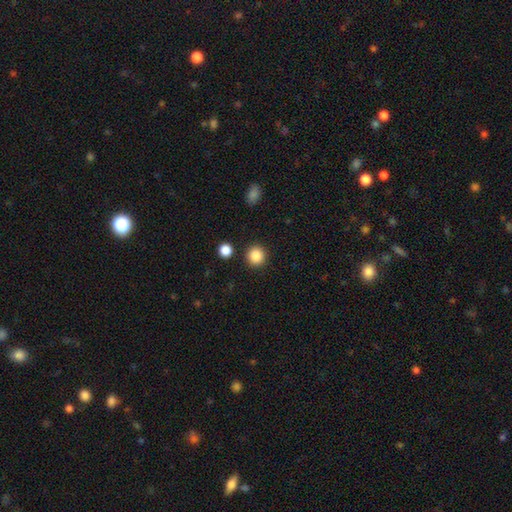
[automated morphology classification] Overall: smooth (87%). How rounded: round (94%). Merging: none (90%).